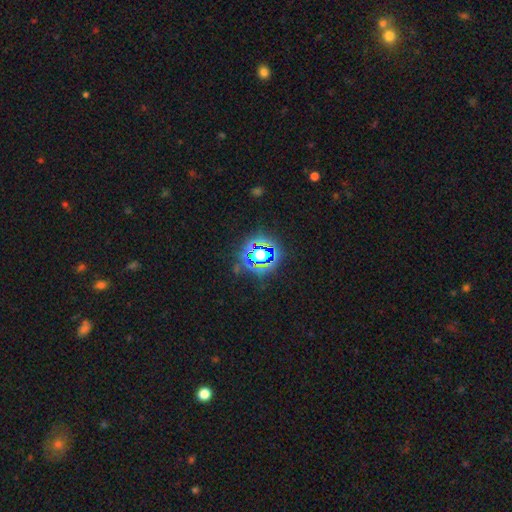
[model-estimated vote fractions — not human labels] Smooth or featured? Predicted: star or artifact (p=0.79).